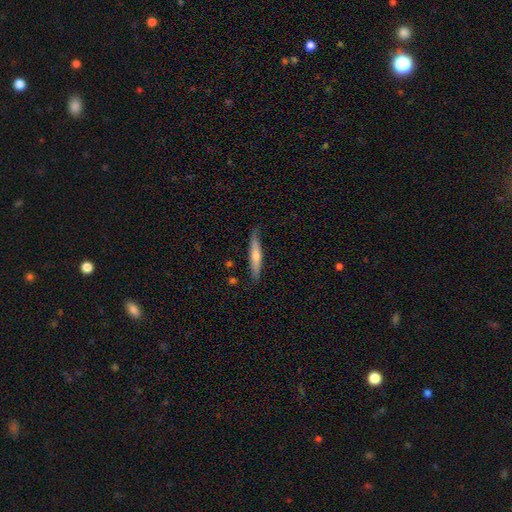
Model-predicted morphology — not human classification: This appears to be a smooth galaxy with no disk features (50%) that is cigar-shaped (91%). Merging: none (82%).